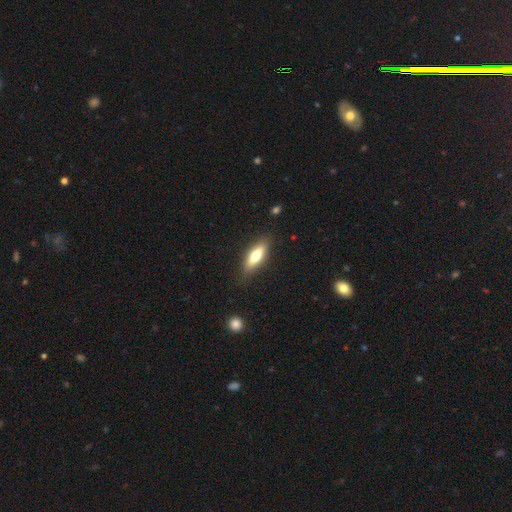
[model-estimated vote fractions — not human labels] Overall: smooth (65%; featured or disk 28%). How rounded: cigar-shaped (52%; in between 46%). Merging: none (84%).